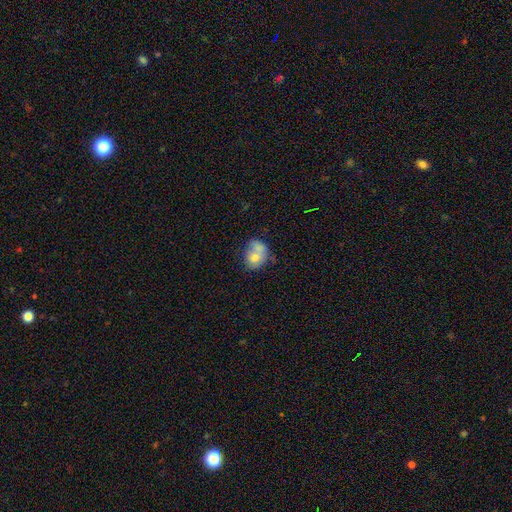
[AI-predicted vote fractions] A smooth galaxy with no disk features (70%) that is in between round and cigar-shaped (50%). Merging: merger (39%).